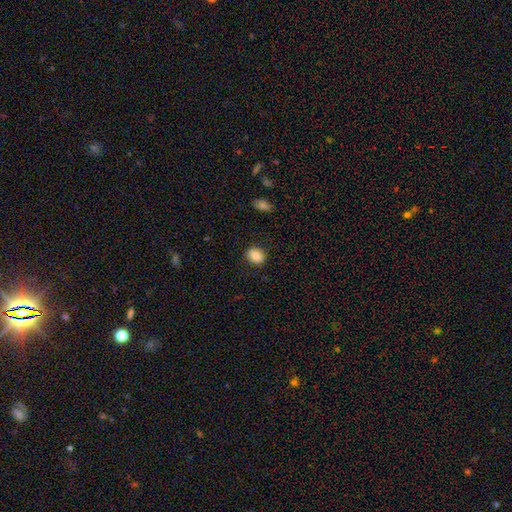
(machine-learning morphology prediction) This appears to be a smooth galaxy with no disk features (83%) that is round (59%). Merging: none (87%).